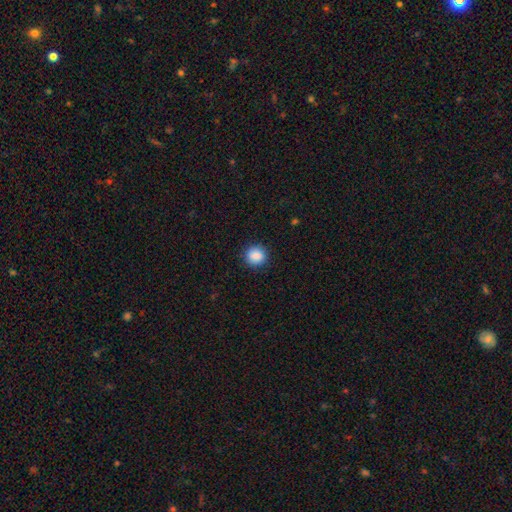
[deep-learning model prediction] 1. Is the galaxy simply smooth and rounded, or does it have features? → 87% smooth, 9% star or artifact, 4% featured or disk.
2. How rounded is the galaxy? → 87% round, 12% in between, 1% cigar-shaped.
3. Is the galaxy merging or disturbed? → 88% none, 9% minor disturbance, 3% major disturbance, 1% merger.